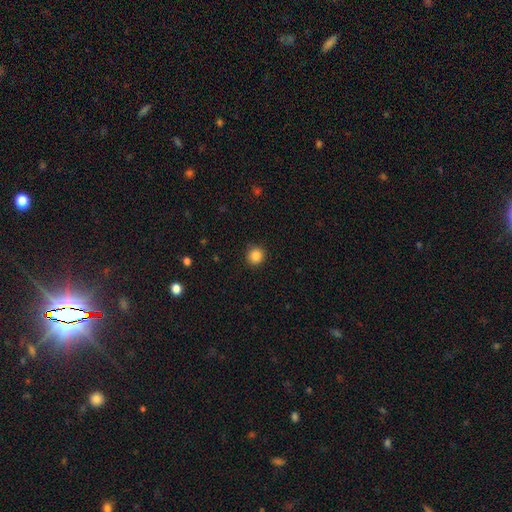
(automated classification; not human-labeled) Smooth or featured?
  - smooth: 86% *
  - star or artifact: 10%
  - featured or disk: 4%
How rounded?
  - round: 91% *
  - in between: 8%
  - cigar-shaped: 1%
Merging?
  - none: 90% *
  - minor disturbance: 7%
  - major disturbance: 2%
  - merger: 1%